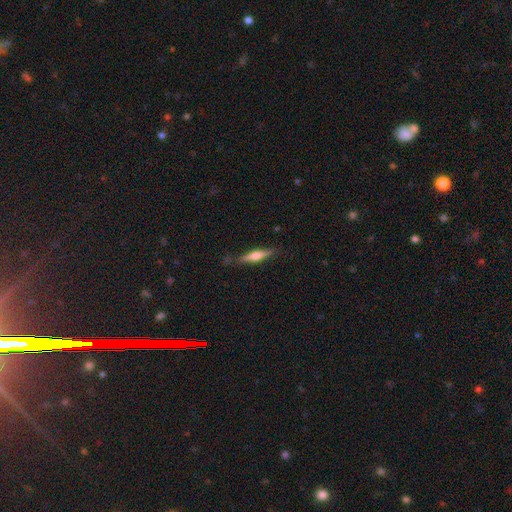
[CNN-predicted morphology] A featured or disk galaxy (53%) viewed edge-on (96%) with a rounded central bulge (85%).

Vote fractions:
- Smooth or featured? featured or disk: 53% / smooth: 41% / star or artifact: 6%
- Edge-on disk? yes: 96% / no: 4%
- Edge-on bulge? rounded: 85% / boxy: 9% / none: 6%
- Merging? none: 81% / minor disturbance: 14% / major disturbance: 3% / merger: 2%